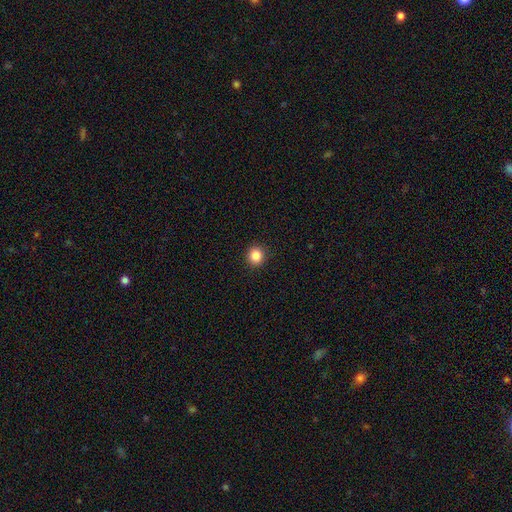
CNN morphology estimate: Smooth or featured: smooth — 86% (star or artifact — 10%)
How rounded: round — 91% (in between — 8%)
Merging: none — 92% (minor disturbance — 5%)